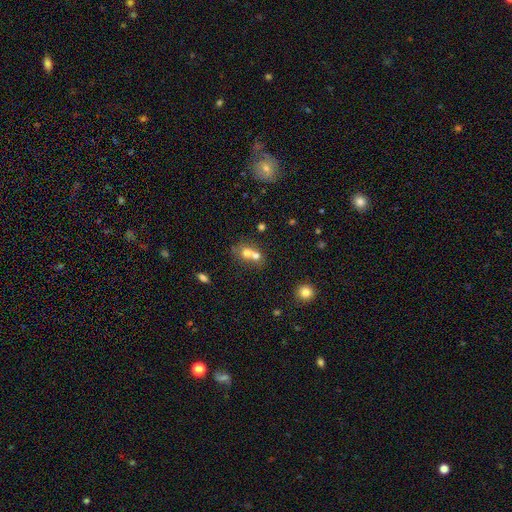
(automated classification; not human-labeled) The model was most divided on "how rounded": in between: 54%, round: 39%, cigar-shaped: 7%. More confident: smooth or featured — smooth (60%); merging — merger (53%).